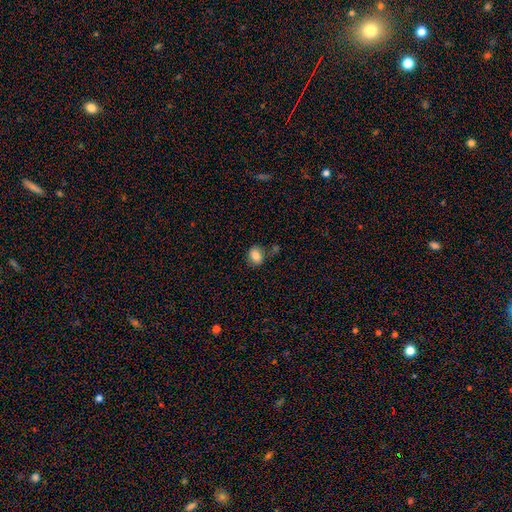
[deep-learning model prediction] This is clearly a smooth galaxy (83%). How rounded: possibly in between (53%). Merging: likely none (70%).